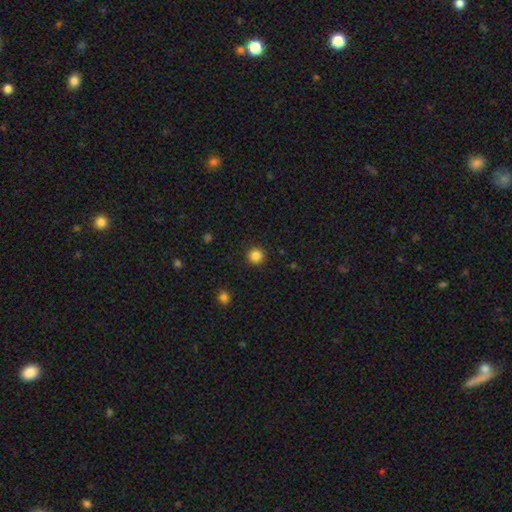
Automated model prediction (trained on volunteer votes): The model was most divided on "smooth or featured": smooth: 85%, star or artifact: 11%, featured or disk: 4%. More confident: how rounded — round (95%); merging — none (92%).